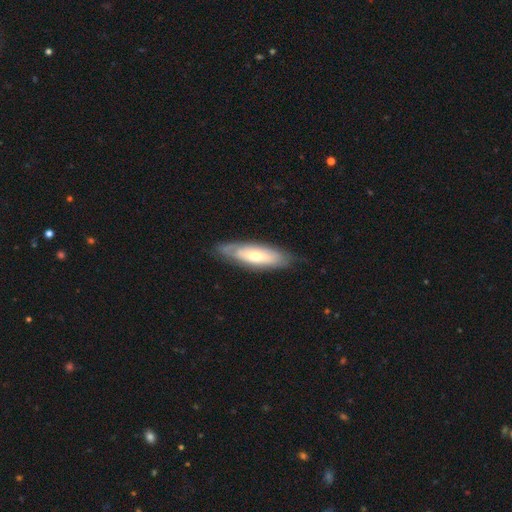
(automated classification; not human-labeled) smooth-or-featured: featured or disk: 51% | smooth: 43% | star or artifact: 6%
  disk-edge-on: no: 65% | yes: 35%
  merging: none: 75% | minor disturbance: 19% | major disturbance: 5% | merger: 1%